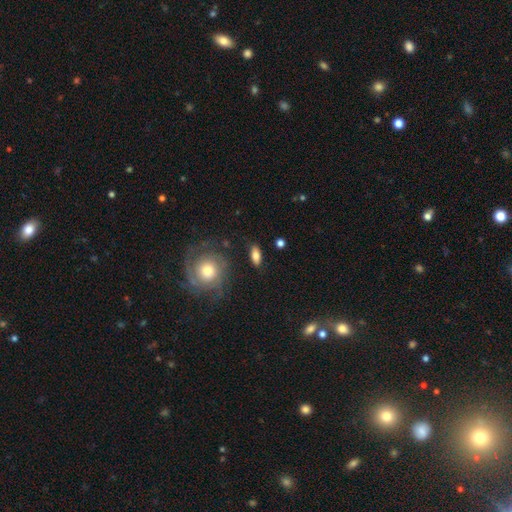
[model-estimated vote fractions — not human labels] Smooth or featured?
  - smooth: 77% *
  - featured or disk: 15%
  - star or artifact: 8%
How rounded?
  - in between: 81% *
  - cigar-shaped: 13%
  - round: 6%
Merging?
  - none: 85% *
  - minor disturbance: 10%
  - major disturbance: 3%
  - merger: 2%